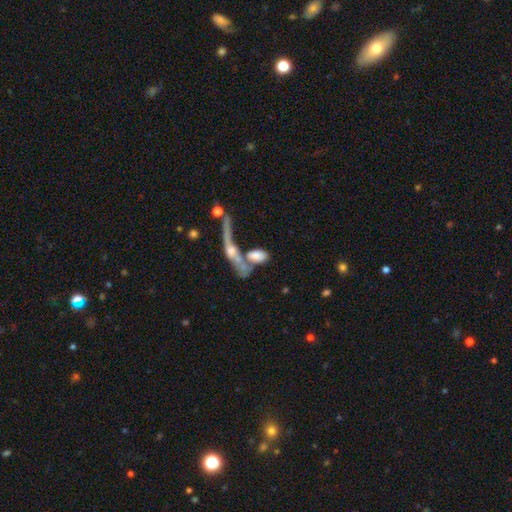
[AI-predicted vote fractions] A smooth galaxy with no disk features (56%) that is in between round and cigar-shaped (75%).

Vote fractions:
- Smooth or featured? smooth: 56% / featured or disk: 36% / star or artifact: 9%
- How rounded? in between: 75% / cigar-shaped: 17% / round: 7%
- Merging? merger: 55% / none: 20% / major disturbance: 15% / minor disturbance: 10%